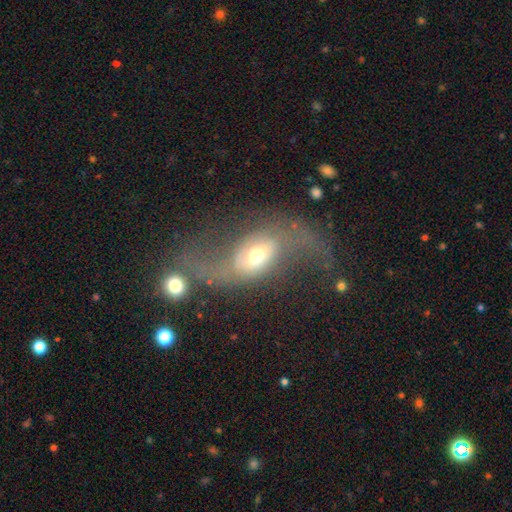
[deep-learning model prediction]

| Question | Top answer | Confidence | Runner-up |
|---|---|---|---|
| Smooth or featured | featured or disk | 72% | smooth (21%) |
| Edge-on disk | no | 93% | yes (7%) |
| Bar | no | 46% | weak (35%) |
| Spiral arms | yes | 82% | no (18%) |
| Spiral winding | loose | 83% | medium (13%) |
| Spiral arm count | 2 | 88% | 1 (5%) |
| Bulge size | moderate | 62% | small (21%) |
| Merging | major disturbance | 40% | none (33%) |